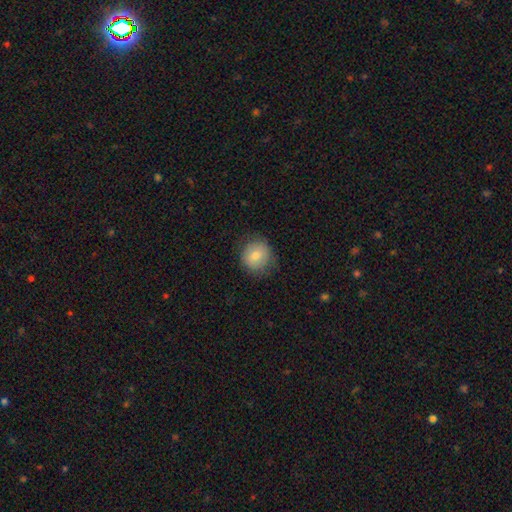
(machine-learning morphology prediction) A smooth galaxy with no disk features (78%) that is round (84%).

Vote fractions:
- Smooth or featured? smooth: 78% / featured or disk: 15% / star or artifact: 8%
- How rounded? round: 84% / in between: 15% / cigar-shaped: 1%
- Merging? none: 78% / minor disturbance: 16% / major disturbance: 5% / merger: 1%